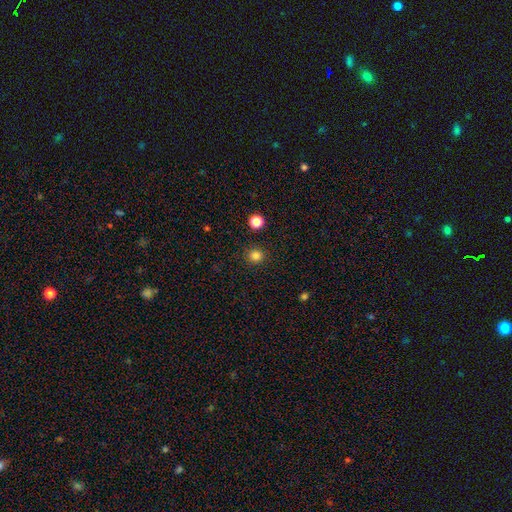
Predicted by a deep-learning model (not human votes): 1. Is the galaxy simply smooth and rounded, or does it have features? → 83% smooth, 13% star or artifact, 4% featured or disk.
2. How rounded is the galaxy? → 92% round, 7% in between, 1% cigar-shaped.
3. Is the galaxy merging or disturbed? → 91% none, 5% minor disturbance, 2% major disturbance, 1% merger.